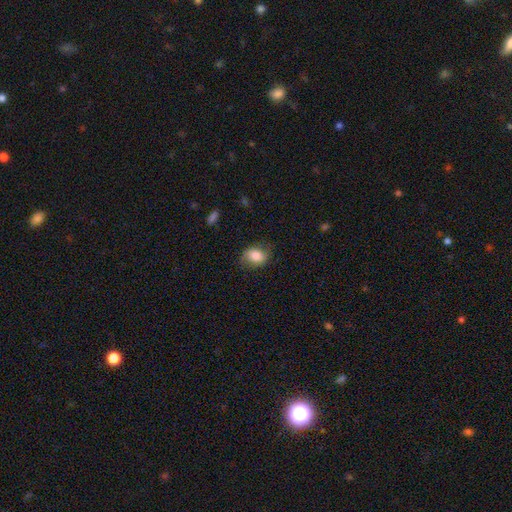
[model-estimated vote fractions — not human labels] smooth_or_featured: smooth (p=0.79) [alt: featured or disk p=0.13]
how_rounded: in between (p=0.66) [alt: round p=0.33]
merging: none (p=0.71) [alt: minor disturbance p=0.22]